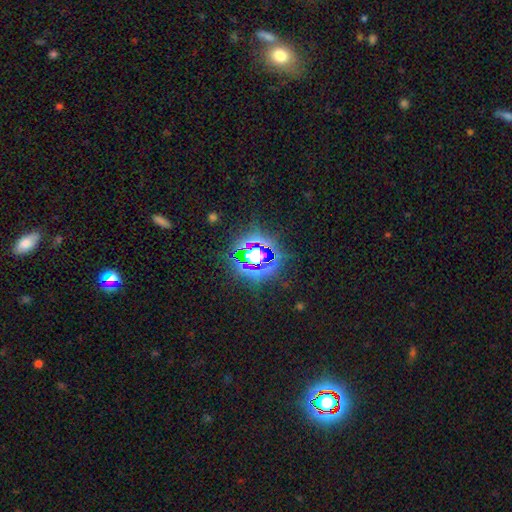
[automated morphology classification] smooth_or_featured: star or artifact (p=0.70) [alt: smooth p=0.19]